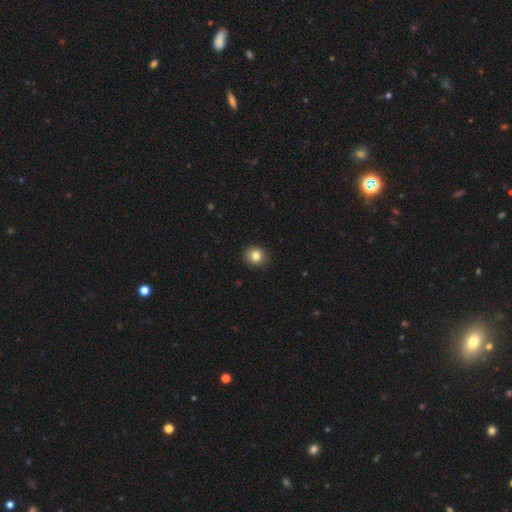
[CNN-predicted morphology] A smooth galaxy with no disk features (83%) that is round (81%).

Vote fractions:
- Smooth or featured? smooth: 83% / star or artifact: 10% / featured or disk: 6%
- How rounded? round: 81% / in between: 18% / cigar-shaped: 1%
- Merging? none: 91% / minor disturbance: 6% / major disturbance: 2% / merger: 1%